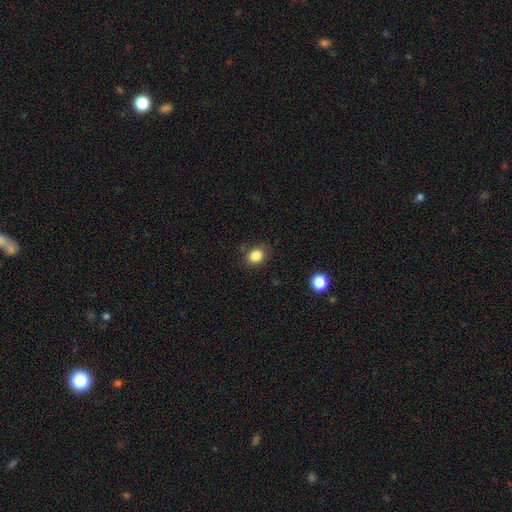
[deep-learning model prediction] Overall: smooth (85%). How rounded: round (59%; in between 40%). Merging: none (81%).